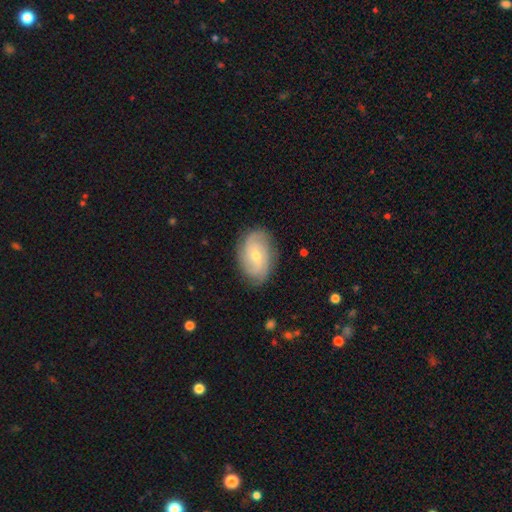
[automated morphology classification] The model was most divided on "bulge size": small: 49%, moderate: 48%, large: 1%, none: 1%, dominant: 1%. Remaining: edge-on disk — no (96%); spiral arms — yes (91%); merging — none (82%); smooth or featured — featured or disk (73%); bar — no (65%); spiral winding — tight (54%); spiral arm count — can't tell (30%).